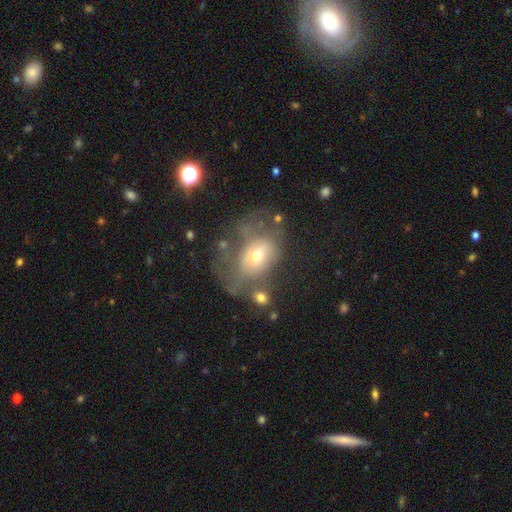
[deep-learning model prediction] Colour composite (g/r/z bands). It shows a smooth galaxy with no disk features (49%). Merging: major disturbance (42%).